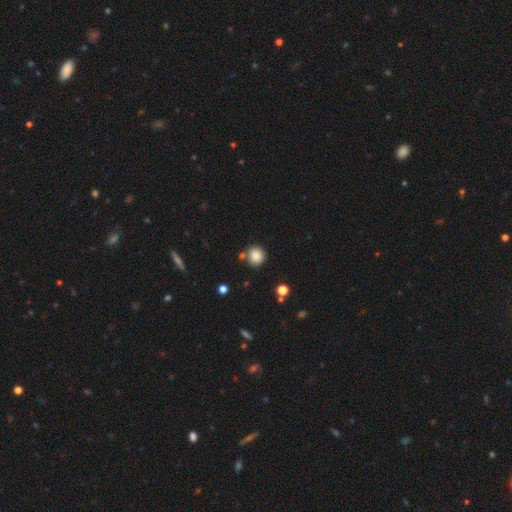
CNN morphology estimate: Smooth or featured?
  - smooth: 85% *
  - star or artifact: 10%
  - featured or disk: 5%
How rounded?
  - round: 91% *
  - in between: 8%
  - cigar-shaped: 1%
Merging?
  - none: 78% *
  - merger: 10%
  - minor disturbance: 10%
  - major disturbance: 3%